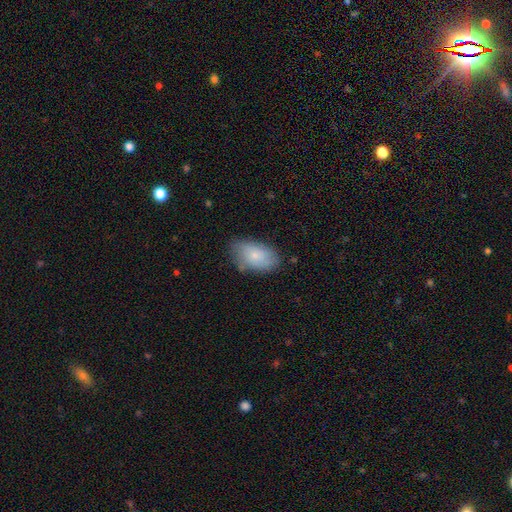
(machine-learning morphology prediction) A smooth galaxy with no disk features (77%) that is in between round and cigar-shaped (93%). Merging: none (73%).